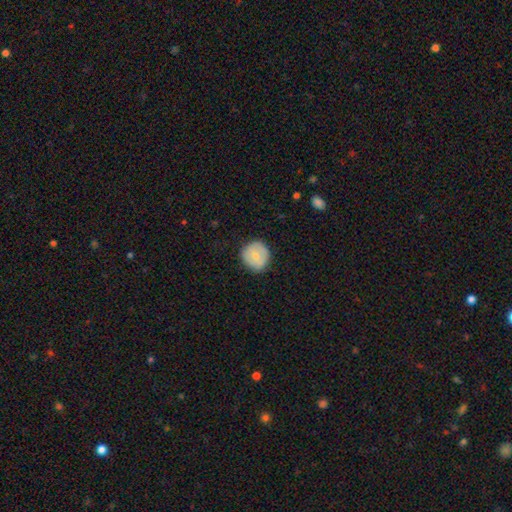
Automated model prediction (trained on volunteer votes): Smooth or featured: smooth — 69% (featured or disk — 24%)
How rounded: round — 91% (in between — 8%)
Merging: none — 84% (minor disturbance — 13%)